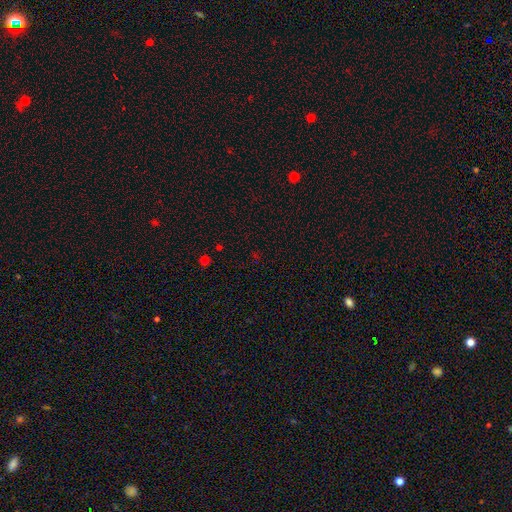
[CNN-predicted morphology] smooth-or-featured: star or artifact: 64% | smooth: 29% | featured or disk: 7%